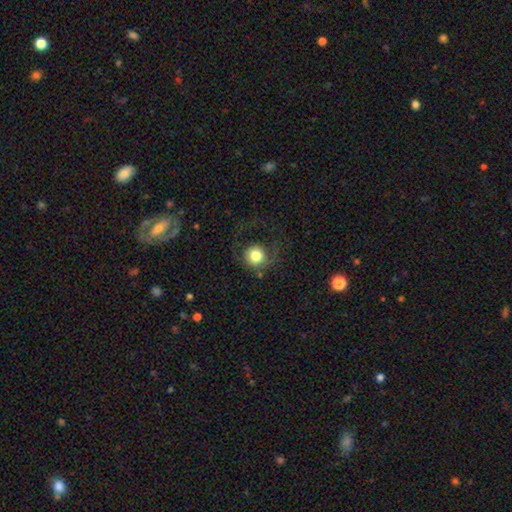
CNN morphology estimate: Overall: smooth (76%). How rounded: round (92%). Merging: none (64%).